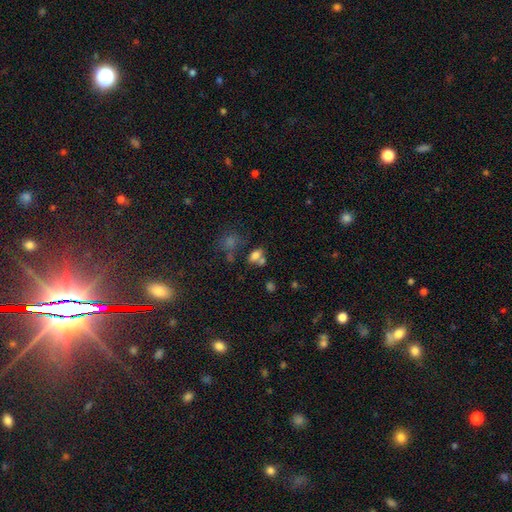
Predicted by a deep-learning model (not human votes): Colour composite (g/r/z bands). It shows a smooth galaxy with no disk features (71%) that is in between round and cigar-shaped (78%). Merging: merger (40%, tied with none).